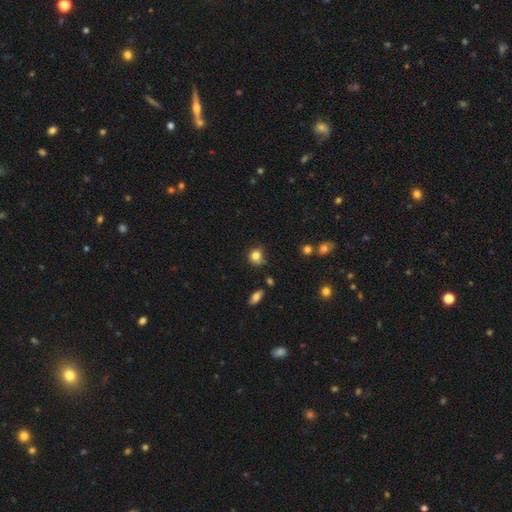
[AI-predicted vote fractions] smooth-or-featured: smooth: 82% | star or artifact: 12% | featured or disk: 7%
  how-rounded: round: 77% | in between: 22% | cigar-shaped: 1%
  merging: none: 67% | minor disturbance: 24% | major disturbance: 5% | merger: 4%